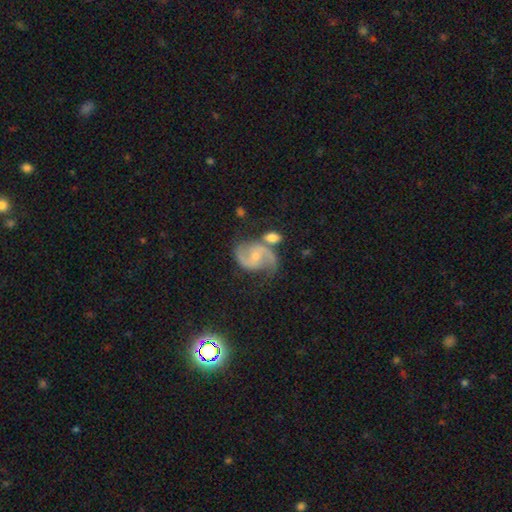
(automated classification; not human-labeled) smooth_or_featured: featured or disk (p=0.88) [alt: smooth p=0.06]
disk_edge_on: no (p=0.98) [alt: yes p=0.02]
bar: no (p=0.45) [alt: weak p=0.43]
has_spiral_arms: yes (p=0.97) [alt: no p=0.03]
spiral_winding: medium (p=0.56) [alt: loose p=0.31]
spiral_arm_count: 2 (p=0.93) [alt: can't tell p=0.02]
bulge_size: small (p=0.54) [alt: moderate p=0.36]
merging: none (p=0.62) [alt: minor disturbance p=0.17]